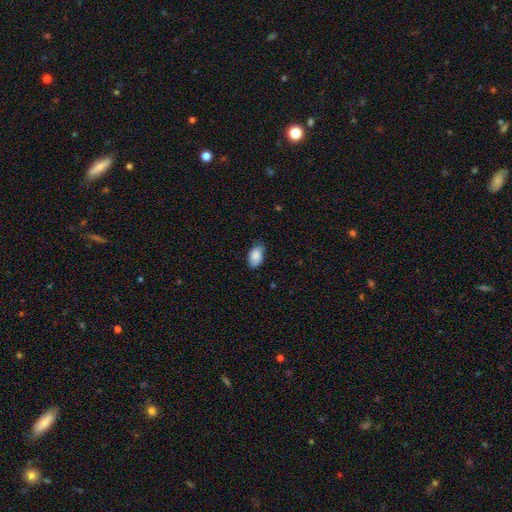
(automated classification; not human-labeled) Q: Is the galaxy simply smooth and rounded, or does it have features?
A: smooth — 86%.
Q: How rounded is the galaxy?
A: in between — 93%.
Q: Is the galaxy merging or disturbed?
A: none — 73%.